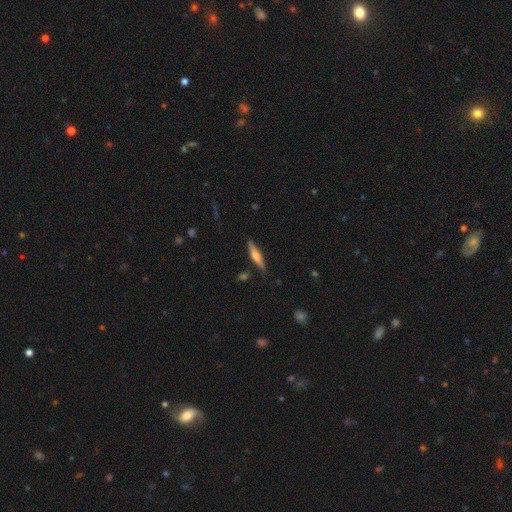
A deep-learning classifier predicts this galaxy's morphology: The model was most divided on "smooth or featured": featured or disk: 53%, smooth: 40%, star or artifact: 6%. More confident: edge-on disk — yes (96%); merging — none (86%); edge-on bulge — rounded (80%).